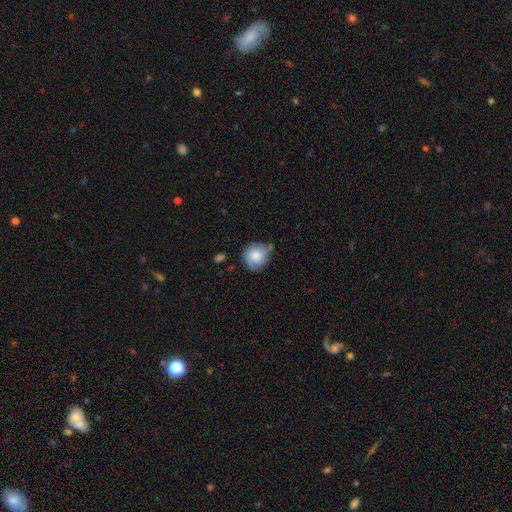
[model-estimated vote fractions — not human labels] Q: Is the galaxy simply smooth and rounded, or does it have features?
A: smooth — 76%.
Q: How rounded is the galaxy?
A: round — 86%.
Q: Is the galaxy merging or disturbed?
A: none — 61%.